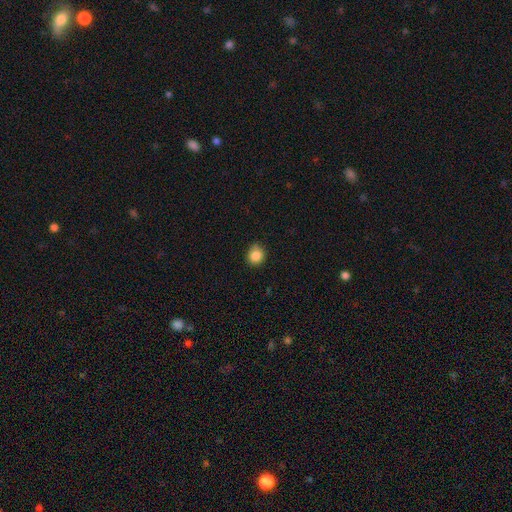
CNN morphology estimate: smooth-or-featured: smooth: 85% | star or artifact: 10% | featured or disk: 5%
  how-rounded: round: 82% | in between: 17% | cigar-shaped: 1%
  merging: none: 77% | minor disturbance: 19% | major disturbance: 3% | merger: 1%